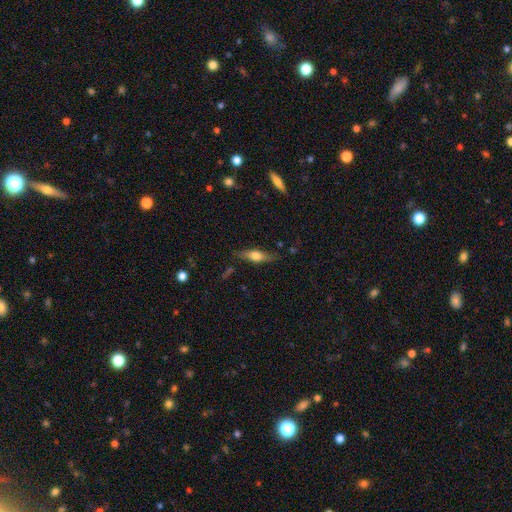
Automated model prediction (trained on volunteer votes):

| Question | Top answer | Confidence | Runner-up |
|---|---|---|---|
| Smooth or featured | featured or disk | 52% | smooth (41%) |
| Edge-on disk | yes | 91% | no (9%) |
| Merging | none | 80% | minor disturbance (15%) |